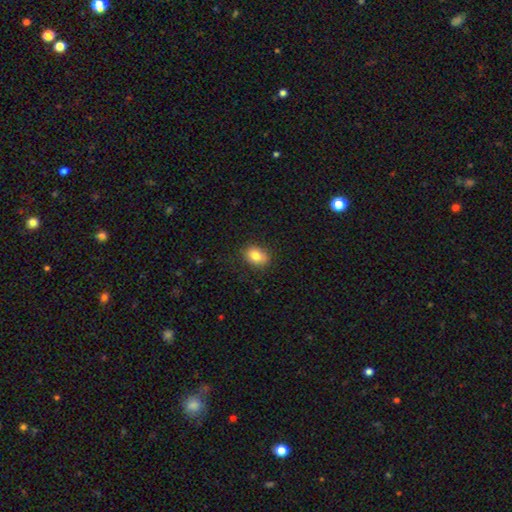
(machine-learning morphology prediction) Smooth or featured: smooth — 81% (featured or disk — 10%)
How rounded: in between — 65% (round — 34%)
Merging: none — 84% (minor disturbance — 12%)